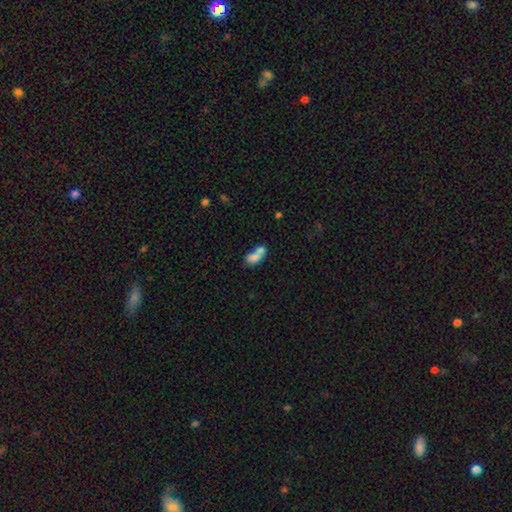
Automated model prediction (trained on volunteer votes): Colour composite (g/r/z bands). It shows a smooth galaxy with no disk features (72%) that is in between round and cigar-shaped (81%). Merging: merger (65%).